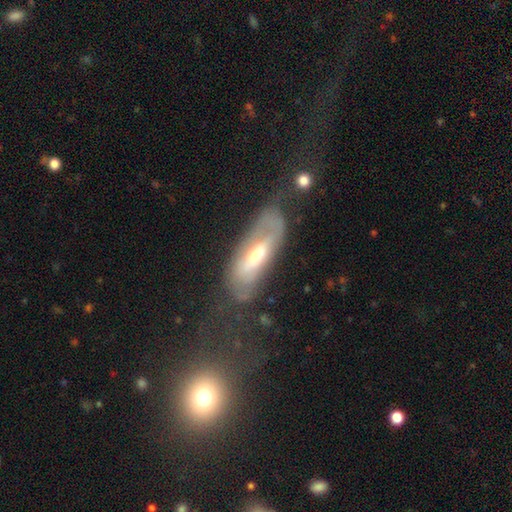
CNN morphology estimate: This is likely a featured or disk galaxy (64%). It is likely not viewed edge-on (80%). Bar: marginally no (39%). Spiral arm pattern: possibly yes (57%). Central bulge: likely moderate (63%). Merging: possibly none (46%).